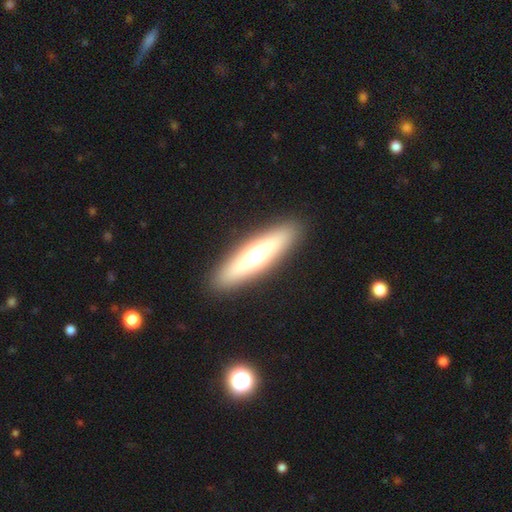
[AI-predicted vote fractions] Smooth or featured: smooth — 47% (featured or disk — 44%)
Merging: none — 89% (minor disturbance — 7%)